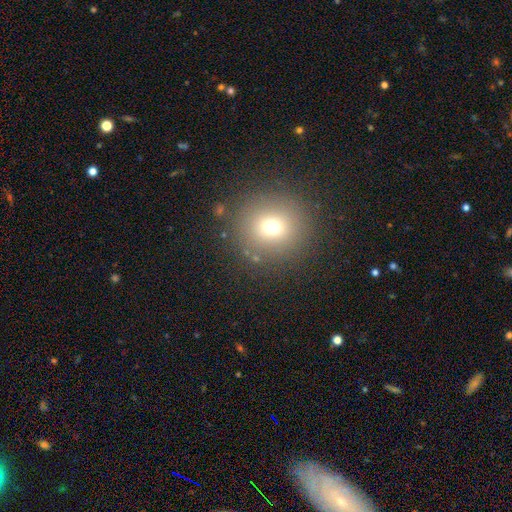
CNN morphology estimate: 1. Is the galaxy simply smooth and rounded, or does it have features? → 69% smooth, 20% star or artifact, 11% featured or disk.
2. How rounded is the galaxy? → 91% round, 8% in between, 1% cigar-shaped.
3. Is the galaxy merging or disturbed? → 87% none, 7% minor disturbance, 3% major disturbance, 2% merger.